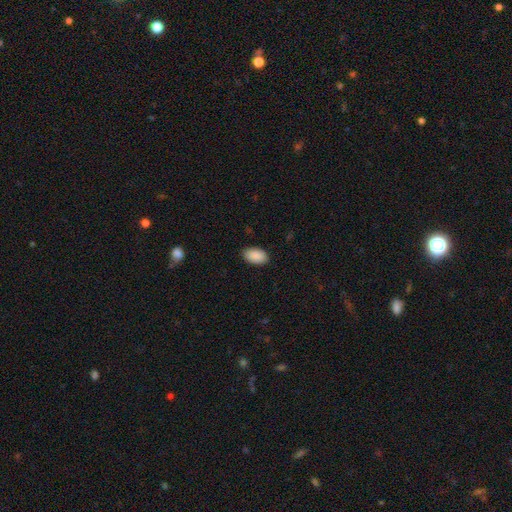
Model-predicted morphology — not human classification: Smooth or featured? Predicted: smooth (p=0.91). How rounded? Predicted: in between (p=0.94). Merging? Predicted: none (p=0.88).